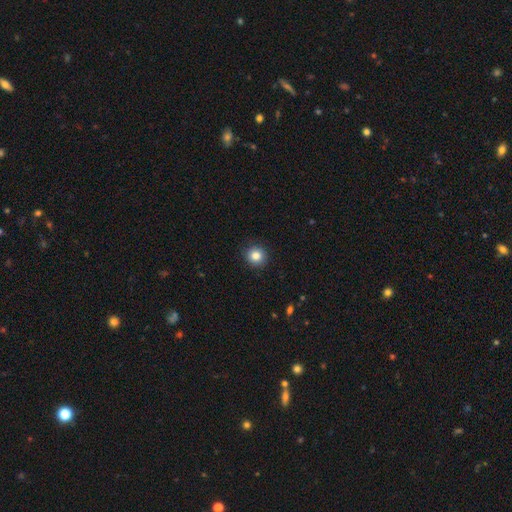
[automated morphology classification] The model was most divided on "smooth or featured": smooth: 84%, star or artifact: 10%, featured or disk: 5%. More confident: merging — none (91%); how rounded — round (91%).